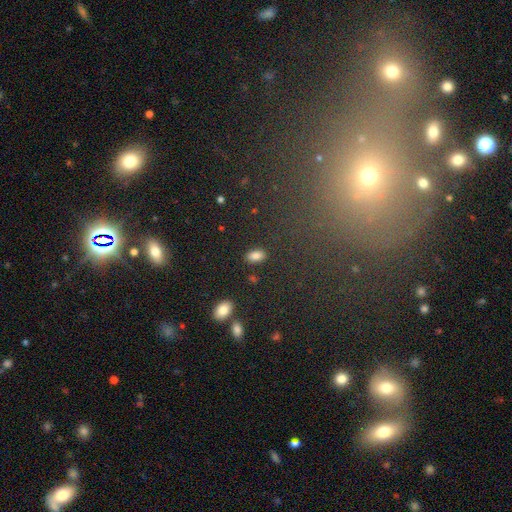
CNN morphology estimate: A smooth galaxy with no disk features (83%) that is in between round and cigar-shaped (91%).

Vote fractions:
- Smooth or featured? smooth: 83% / star or artifact: 10% / featured or disk: 6%
- How rounded? in between: 91% / round: 6% / cigar-shaped: 2%
- Merging? none: 86% / minor disturbance: 9% / major disturbance: 3% / merger: 2%